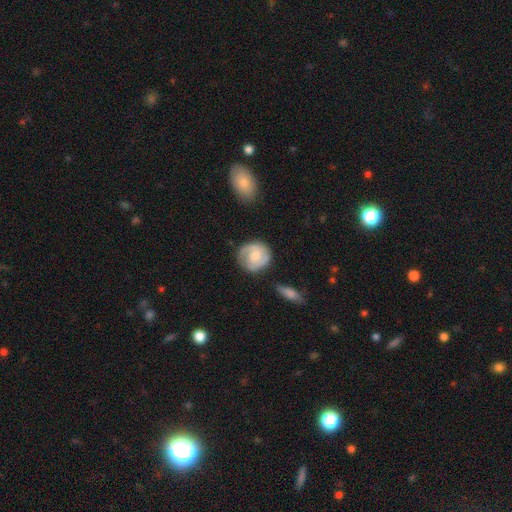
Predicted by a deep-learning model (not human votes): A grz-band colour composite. It shows a featured or disk galaxy (62%) with no bar (57%), 2 (71%) tight (44%) spiral arms (90%) and a moderate central bulge (48%). Merging: none (75%).